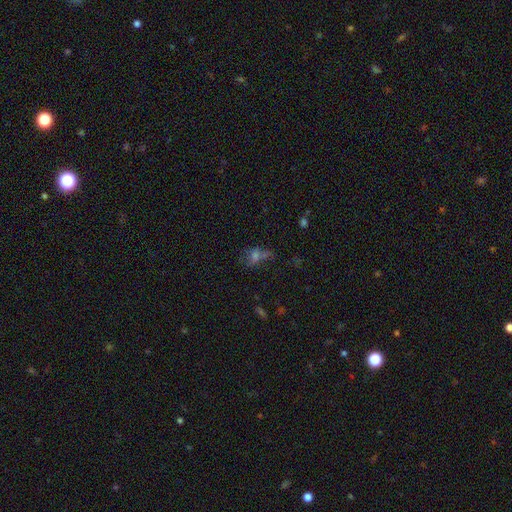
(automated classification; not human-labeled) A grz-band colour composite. It shows a smooth galaxy with no disk features (41%). Merging: none (44%).